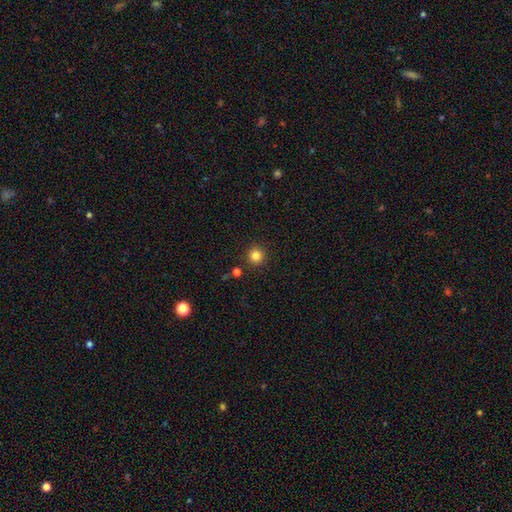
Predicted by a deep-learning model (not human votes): Smooth or featured: smooth — 83% (star or artifact — 13%)
How rounded: round — 95% (in between — 4%)
Merging: none — 91% (minor disturbance — 5%)